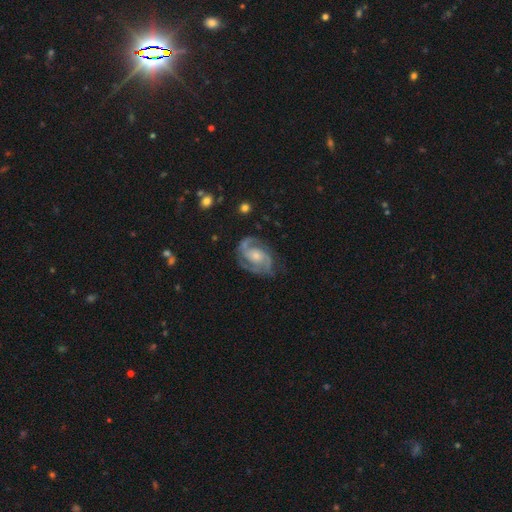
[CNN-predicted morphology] Overall: featured or disk (88%). Edge-on disk: no (98%). Bar: no (62%; weak 31%). Spiral arms: yes (97%). Spiral arm count: 2 (75%). Spiral winding: medium (50%; tight 37%). Bulge size: small (46%; moderate 43%). Merging: none (72%).